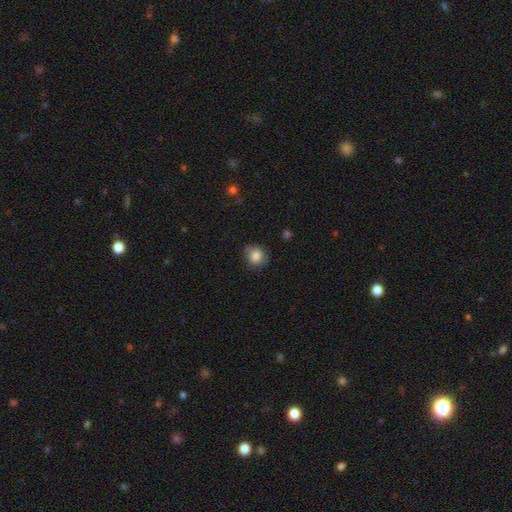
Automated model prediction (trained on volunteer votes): Smooth or featured?
  - smooth: 83% *
  - star or artifact: 9%
  - featured or disk: 8%
How rounded?
  - round: 78% *
  - in between: 21%
  - cigar-shaped: 1%
Merging?
  - none: 66% *
  - minor disturbance: 25%
  - major disturbance: 7%
  - merger: 2%